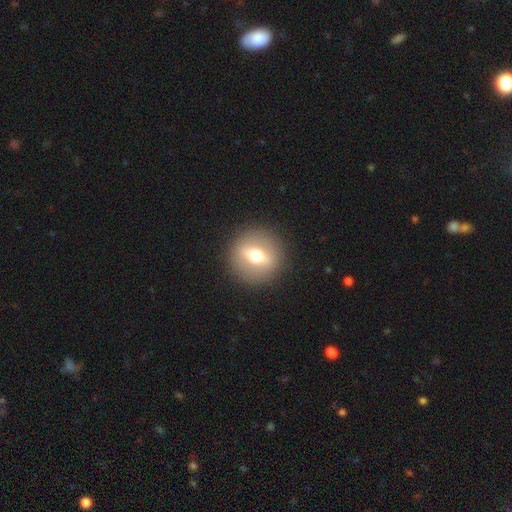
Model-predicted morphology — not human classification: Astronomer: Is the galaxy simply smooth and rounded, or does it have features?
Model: featured or disk — 46% (runner-up: smooth, 45%).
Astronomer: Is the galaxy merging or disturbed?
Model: none — 90%.